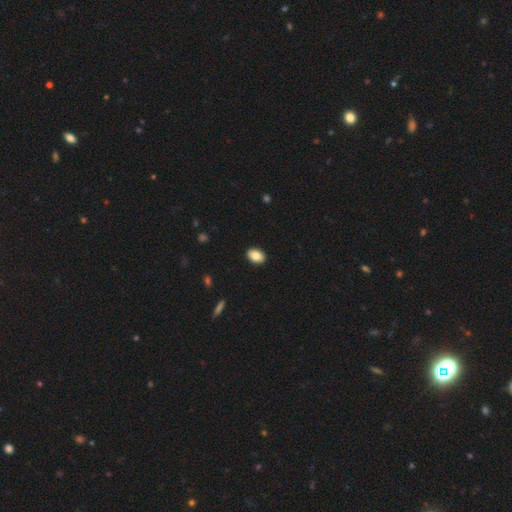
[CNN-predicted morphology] smooth 83%, featured or disk 9%, star or artifact 8%. Down the decision tree: how rounded — in between (84%); merging — none (91%).